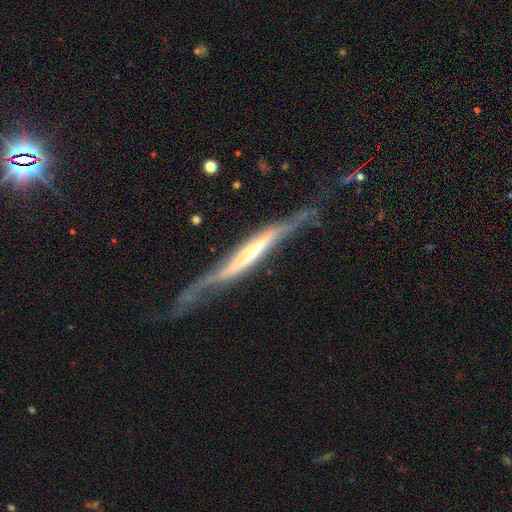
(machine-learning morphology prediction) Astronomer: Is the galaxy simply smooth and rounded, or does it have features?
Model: featured or disk — 78%.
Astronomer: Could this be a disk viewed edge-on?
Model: yes — 73%.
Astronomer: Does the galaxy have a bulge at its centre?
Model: none — 48% (runner-up: boxy, 26%).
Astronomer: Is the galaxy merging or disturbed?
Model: none — 42% (runner-up: minor disturbance, 27%).